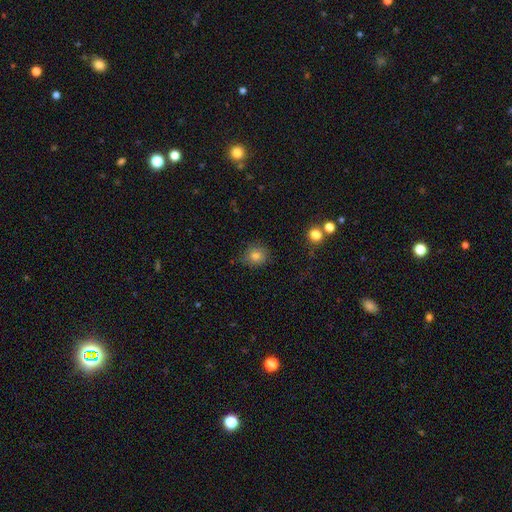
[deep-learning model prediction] Morphology: type=smooth (81%); roundness=round (82%); merging=none (77%).